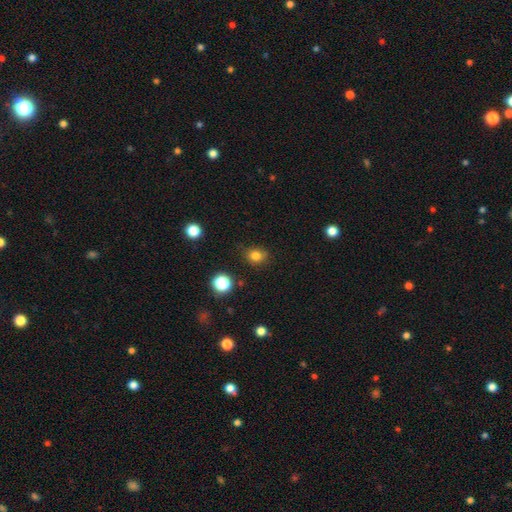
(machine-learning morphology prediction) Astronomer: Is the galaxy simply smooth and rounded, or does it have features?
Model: smooth — 80%.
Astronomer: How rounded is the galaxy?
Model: round — 71%.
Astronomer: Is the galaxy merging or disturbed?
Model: none — 80%.